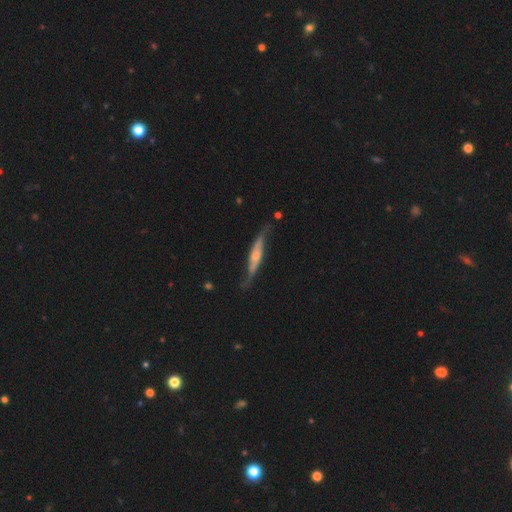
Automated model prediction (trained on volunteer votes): This is likely a featured or disk galaxy (72%). It is likely viewed edge-on (71%). Edge-on bulge: likely rounded (76%). Merging: likely none (64%).